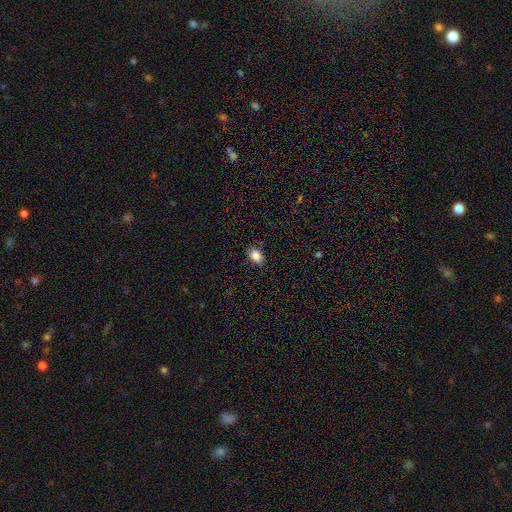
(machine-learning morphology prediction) Overall: smooth (86%). How rounded: in between (80%). Merging: none (86%).